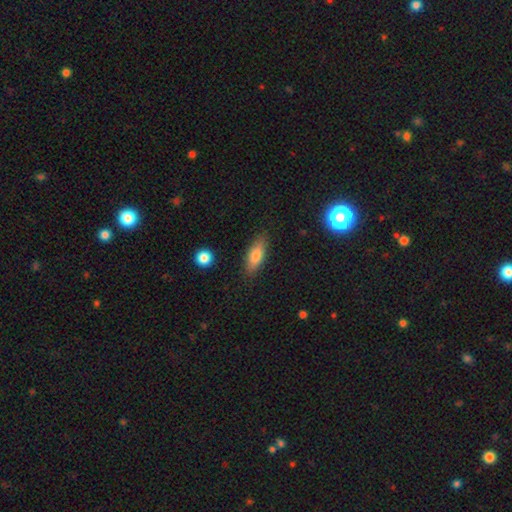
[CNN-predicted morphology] smooth_or_featured: smooth (p=0.75) [alt: featured or disk p=0.18]
how_rounded: in between (p=0.66) [alt: cigar-shaped p=0.31]
merging: none (p=0.84) [alt: minor disturbance p=0.12]